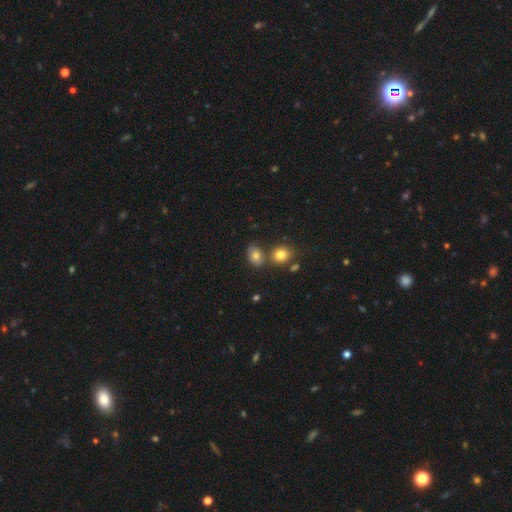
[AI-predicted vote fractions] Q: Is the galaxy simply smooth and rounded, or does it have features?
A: smooth — 77%.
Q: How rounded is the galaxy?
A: in between — 74%.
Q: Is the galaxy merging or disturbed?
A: none — 61%.